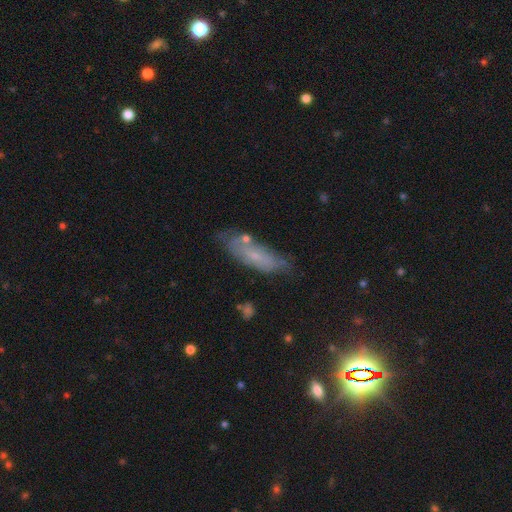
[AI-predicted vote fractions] Smooth or featured? Predicted: smooth (p=0.45). Merging? Predicted: none (p=0.63).